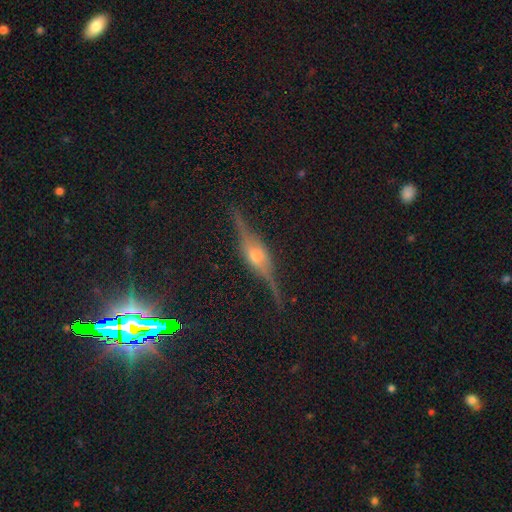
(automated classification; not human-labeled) A featured or disk galaxy (83%) viewed edge-on (95%) with a rounded central bulge (82%).

Vote fractions:
- Smooth or featured? featured or disk: 83% / star or artifact: 9% / smooth: 8%
- Edge-on disk? yes: 95% / no: 5%
- Edge-on bulge? rounded: 82% / boxy: 15% / none: 3%
- Merging? none: 84% / minor disturbance: 11% / major disturbance: 3% / merger: 1%